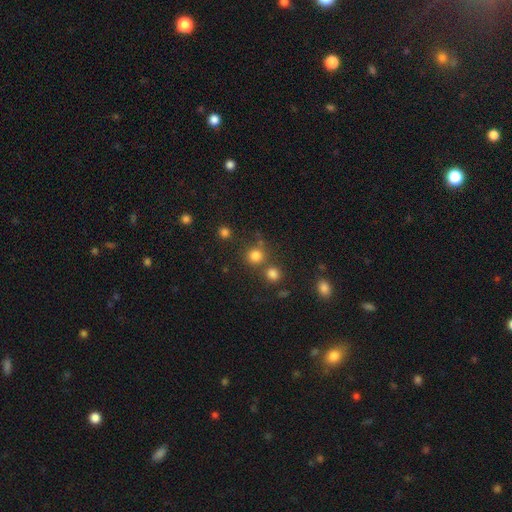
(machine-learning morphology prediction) Q: Smooth or featured?
A: smooth (78%); runner-up: star or artifact (16%)
Q: How rounded?
A: round (90%); runner-up: in between (9%)
Q: Merging?
A: none (69%); runner-up: merger (20%)